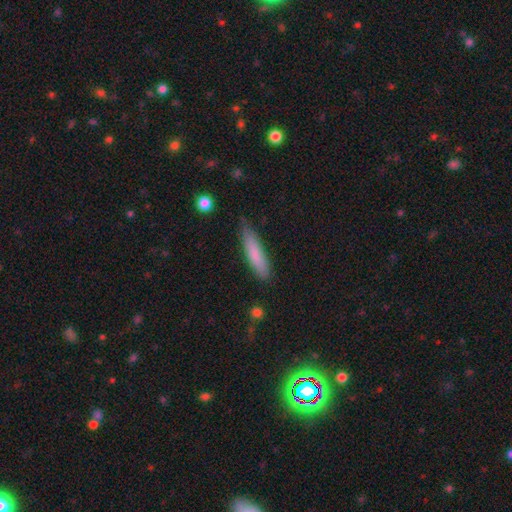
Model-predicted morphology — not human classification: This appears to be a smooth galaxy with no disk features (80%) that is cigar-shaped (80%). Merging: none (74%).